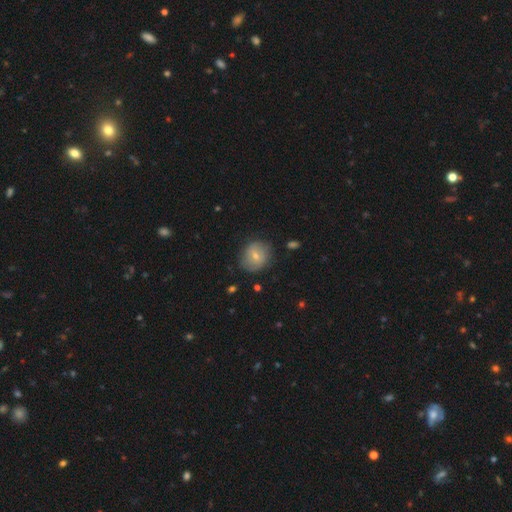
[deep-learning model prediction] Smooth or featured? smooth (61%)
How rounded? round (70%)
Merging? none (75%)